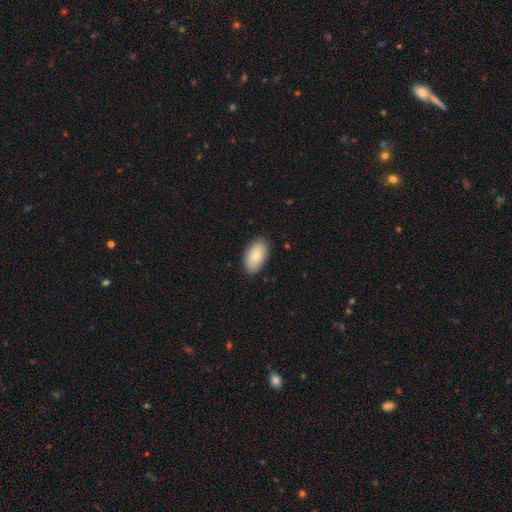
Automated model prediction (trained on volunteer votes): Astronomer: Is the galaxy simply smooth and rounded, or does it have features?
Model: smooth — 81%.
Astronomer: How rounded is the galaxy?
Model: in between — 94%.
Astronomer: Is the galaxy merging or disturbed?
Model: none — 87%.